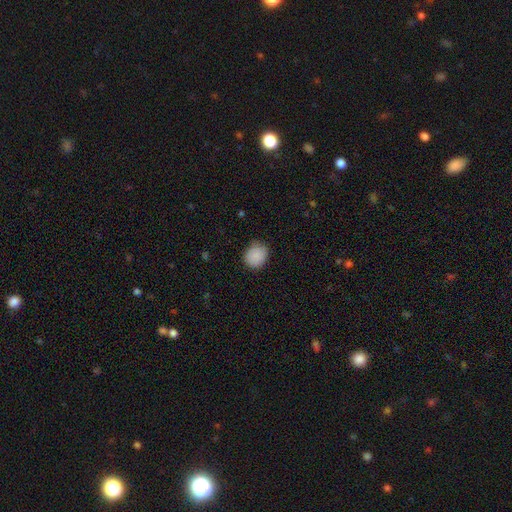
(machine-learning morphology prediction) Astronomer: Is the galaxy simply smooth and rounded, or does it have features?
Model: smooth — 88%.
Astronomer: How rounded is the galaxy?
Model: round — 70%.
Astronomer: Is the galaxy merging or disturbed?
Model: none — 76%.